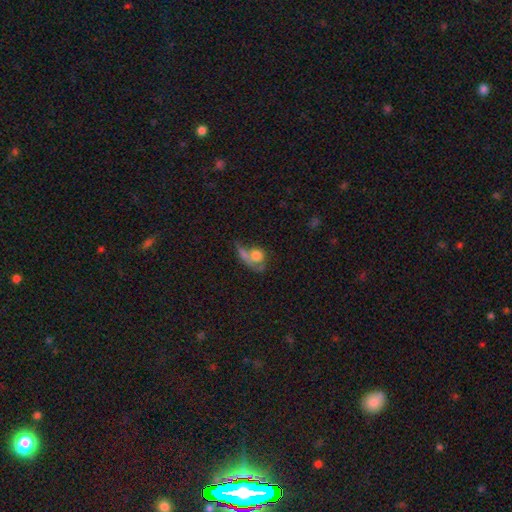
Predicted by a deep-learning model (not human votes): Smooth or featured?
  - smooth: 67% *
  - featured or disk: 22%
  - star or artifact: 12%
How rounded?
  - round: 67% *
  - in between: 29%
  - cigar-shaped: 4%
Merging?
  - merger: 36% *
  - none: 31%
  - major disturbance: 19%
  - minor disturbance: 14%